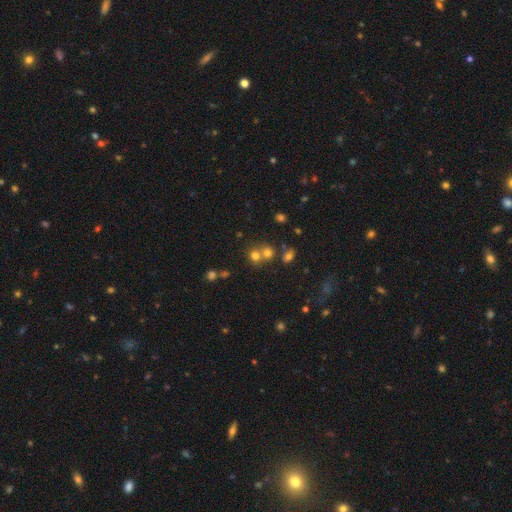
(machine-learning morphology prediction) smooth 70%, star or artifact 19%, featured or disk 11%. Down the decision tree: how rounded — round (84%); merging — none (47%).